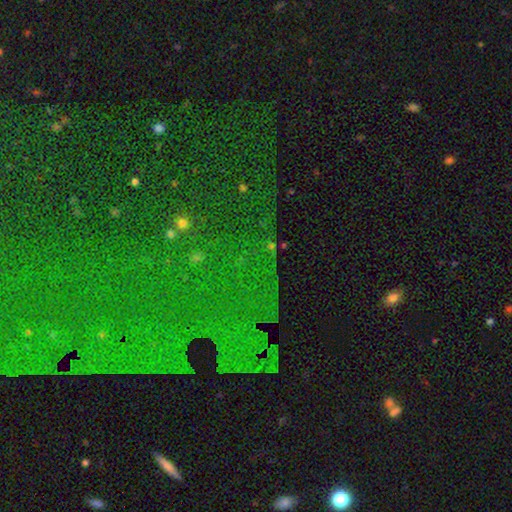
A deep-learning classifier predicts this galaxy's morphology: Overall: star or artifact (79%).